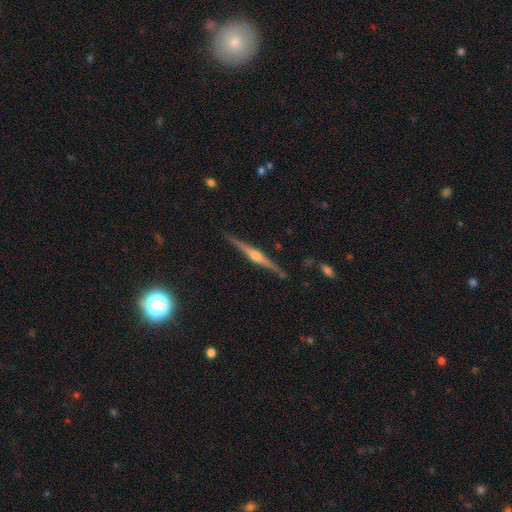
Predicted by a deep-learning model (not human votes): Morphology: type=featured or disk (84%); edge-on=yes (98%); edge-on bulge=rounded (92%); merging=none (89%).